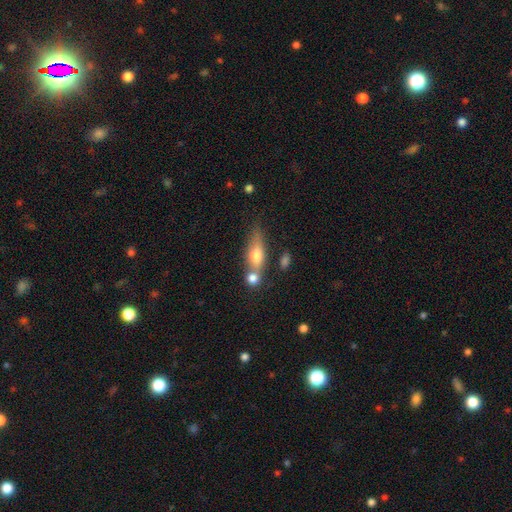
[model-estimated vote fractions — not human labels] Smooth or featured? smooth (66%)
How rounded? in between (61%)
Merging? none (41%)